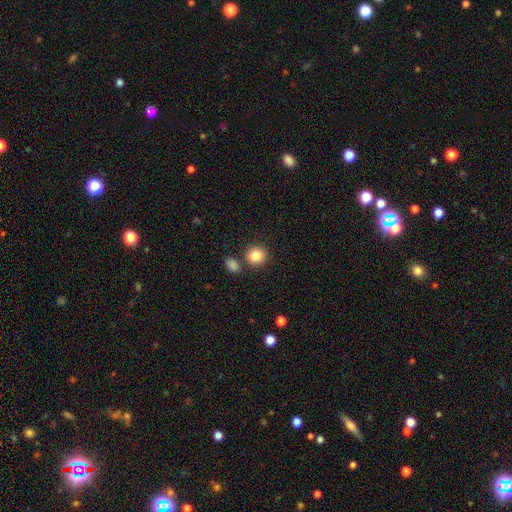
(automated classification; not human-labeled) A smooth galaxy with no disk features (85%) that is round (87%).

Vote fractions:
- Smooth or featured? smooth: 85% / star or artifact: 9% / featured or disk: 6%
- How rounded? round: 87% / in between: 12% / cigar-shaped: 1%
- Merging? none: 79% / merger: 10% / minor disturbance: 9% / major disturbance: 3%